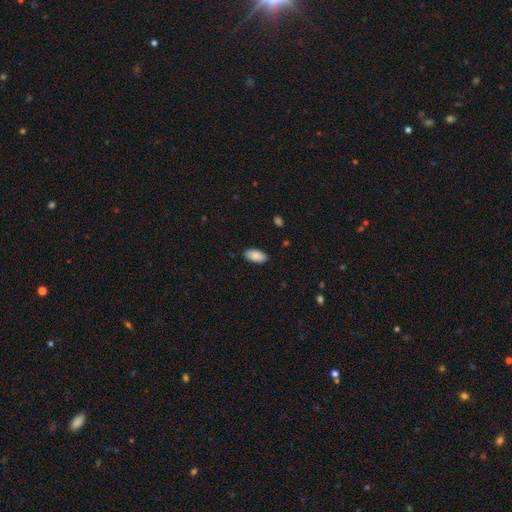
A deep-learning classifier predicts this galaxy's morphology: Smooth or featured? smooth (89%)
How rounded? in between (95%)
Merging? none (88%)